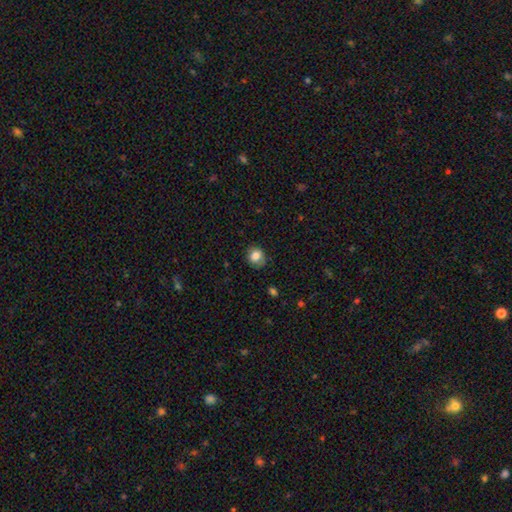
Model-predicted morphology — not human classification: smooth-or-featured: smooth: 83% | star or artifact: 10% | featured or disk: 7%
  how-rounded: round: 75% | in between: 24% | cigar-shaped: 1%
  merging: none: 78% | minor disturbance: 17% | major disturbance: 3% | merger: 1%